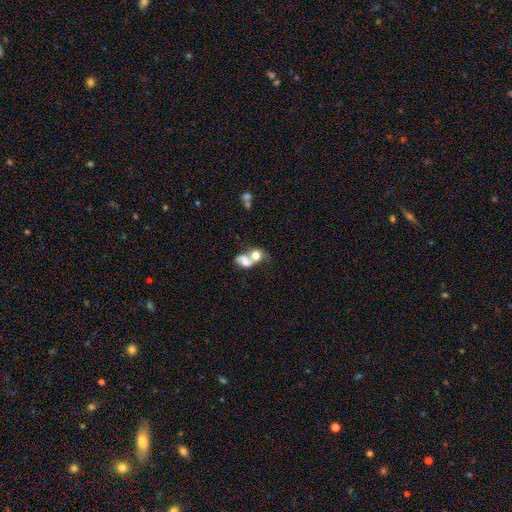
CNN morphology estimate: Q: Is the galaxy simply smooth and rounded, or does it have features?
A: smooth — 61%.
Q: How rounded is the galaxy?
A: in between — 55%.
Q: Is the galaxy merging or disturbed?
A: merger — 75%.